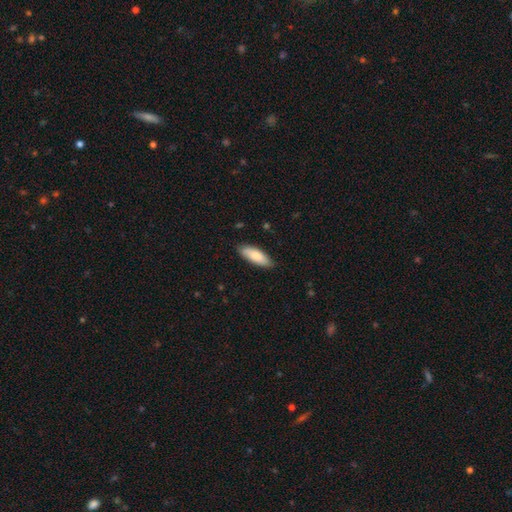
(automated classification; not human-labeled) Q: Smooth or featured?
A: smooth (82%); runner-up: featured or disk (12%)
Q: How rounded?
A: in between (68%); runner-up: cigar-shaped (30%)
Q: Merging?
A: none (83%); runner-up: minor disturbance (13%)